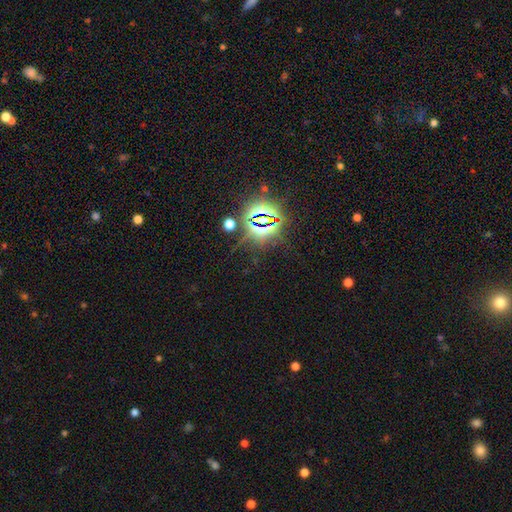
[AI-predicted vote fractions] The model was most divided on "smooth or featured": star or artifact: 83%, smooth: 9%, featured or disk: 7%.